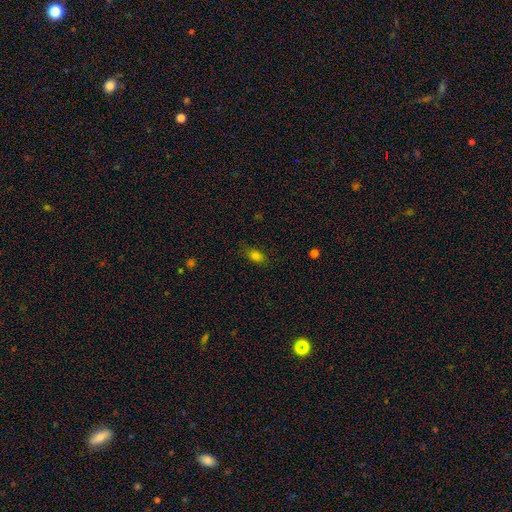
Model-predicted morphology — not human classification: Q: Smooth or featured?
A: smooth (80%); runner-up: star or artifact (14%)
Q: How rounded?
A: in between (84%); runner-up: round (10%)
Q: Merging?
A: none (78%); runner-up: minor disturbance (16%)